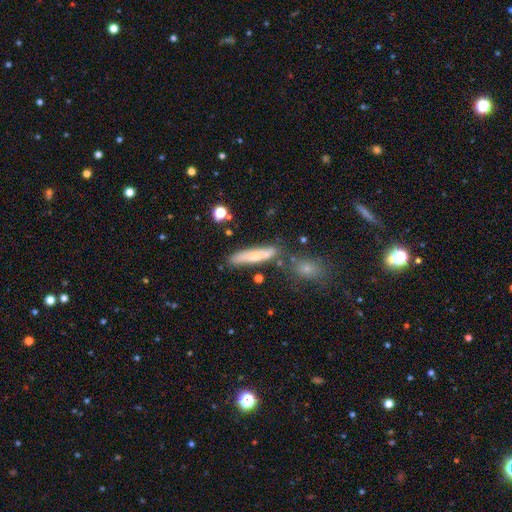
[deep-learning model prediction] This appears to be a smooth galaxy with no disk features (63%) that is cigar-shaped (81%). Merging: none (74%).